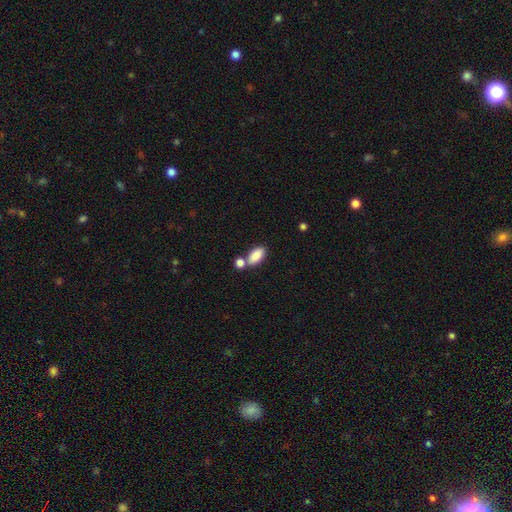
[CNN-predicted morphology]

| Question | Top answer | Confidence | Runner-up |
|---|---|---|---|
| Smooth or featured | smooth | 87% | star or artifact (7%) |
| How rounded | in between | 92% | cigar-shaped (4%) |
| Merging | none | 56% | merger (29%) |